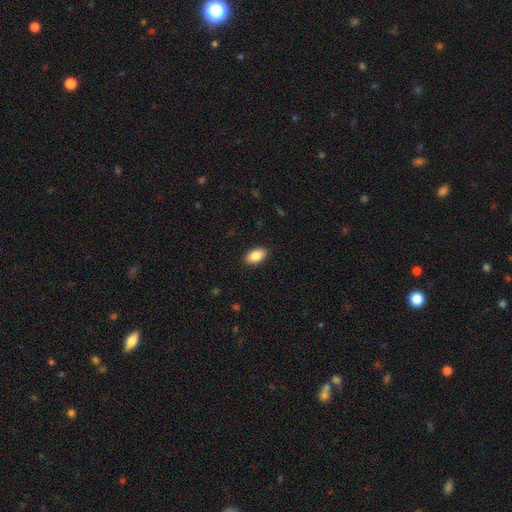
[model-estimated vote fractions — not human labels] Smooth or featured? smooth (88%)
How rounded? in between (93%)
Merging? none (90%)